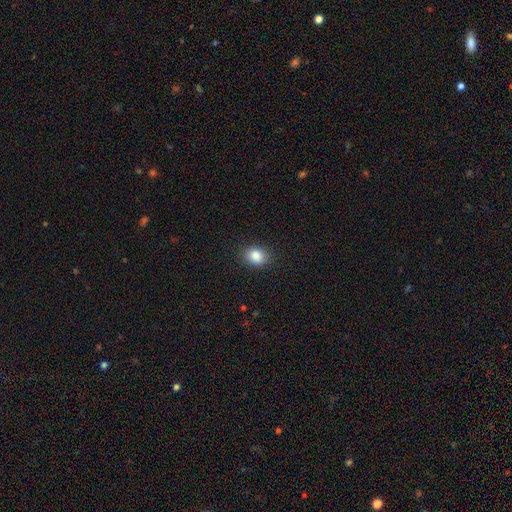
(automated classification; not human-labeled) This is clearly a smooth galaxy (86%). How rounded: possibly in between (52%). Merging: clearly none (88%).